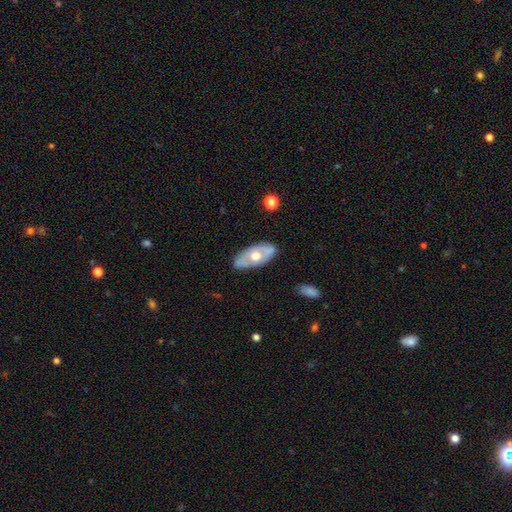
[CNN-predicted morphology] type=featured or disk (55%); edge-on=no (81%); merging=none (79%).